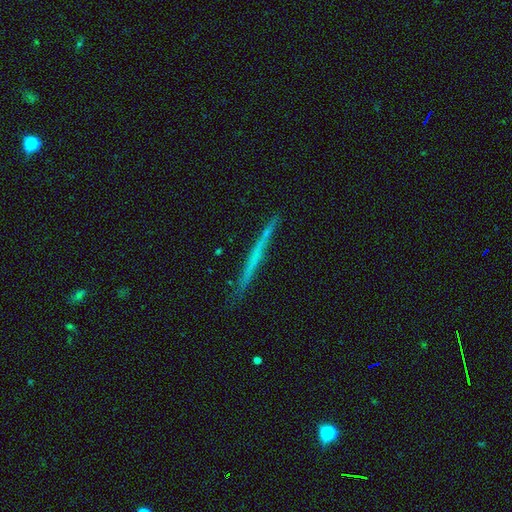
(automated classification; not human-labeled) This is possibly a featured or disk galaxy (50%). It is clearly viewed edge-on (97%). Merging: clearly none (90%).